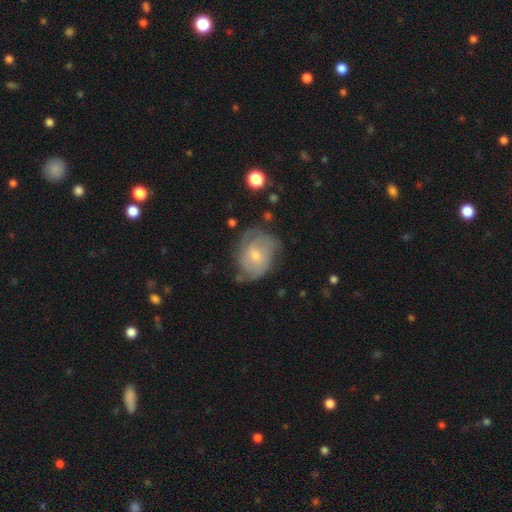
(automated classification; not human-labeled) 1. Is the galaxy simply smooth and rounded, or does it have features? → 60% featured or disk, 33% smooth, 7% star or artifact.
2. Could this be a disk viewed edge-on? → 97% no, 3% yes.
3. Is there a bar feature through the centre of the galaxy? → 60% no, 34% weak, 6% strong.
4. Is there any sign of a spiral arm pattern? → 77% yes, 23% no.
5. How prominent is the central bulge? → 58% small, 38% moderate, 2% none, 2% large, 1% dominant.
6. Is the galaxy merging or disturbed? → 50% none, 31% minor disturbance, 16% major disturbance, 2% merger.